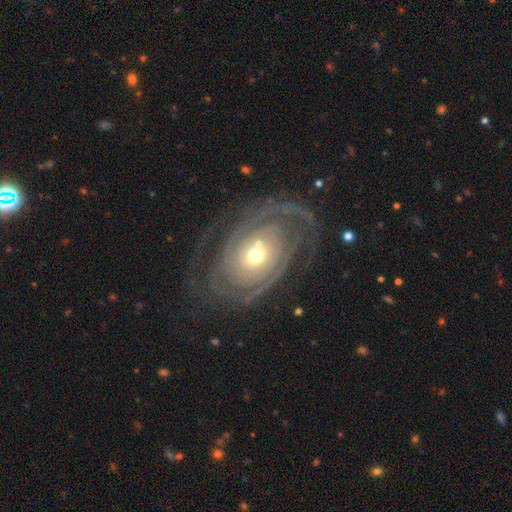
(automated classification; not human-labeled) smooth_or_featured: featured or disk (p=0.88) [alt: smooth p=0.07]
disk_edge_on: no (p=0.96) [alt: yes p=0.04]
bar: no (p=0.76) [alt: weak p=0.17]
has_spiral_arms: yes (p=0.95) [alt: no p=0.05]
spiral_winding: tight (p=0.67) [alt: medium p=0.24]
spiral_arm_count: 2 (p=0.51) [alt: can't tell p=0.17]
bulge_size: moderate (p=0.61) [alt: small p=0.30]
merging: none (p=0.67) [alt: minor disturbance p=0.16]